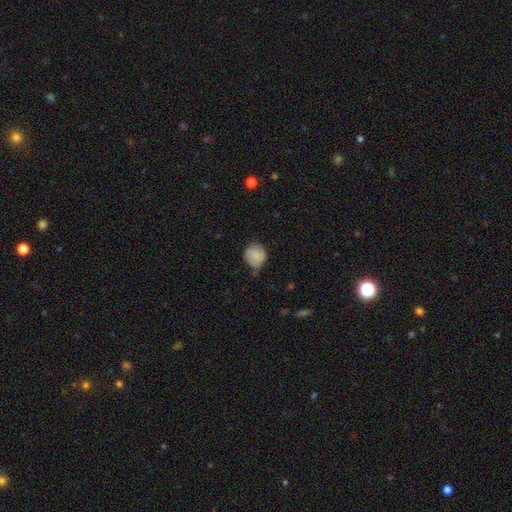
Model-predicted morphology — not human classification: smooth 76%, featured or disk 16%, star or artifact 8%. Down the decision tree: how rounded — round (80%); merging — none (56%).